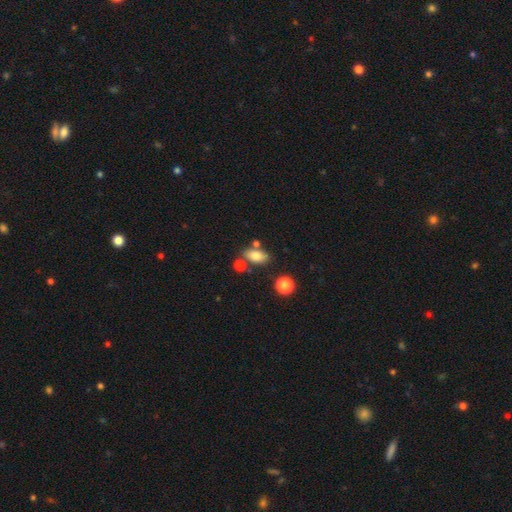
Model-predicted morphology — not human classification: This is clearly a smooth galaxy (81%). How rounded: clearly in between (86%). Merging: likely none (70%).